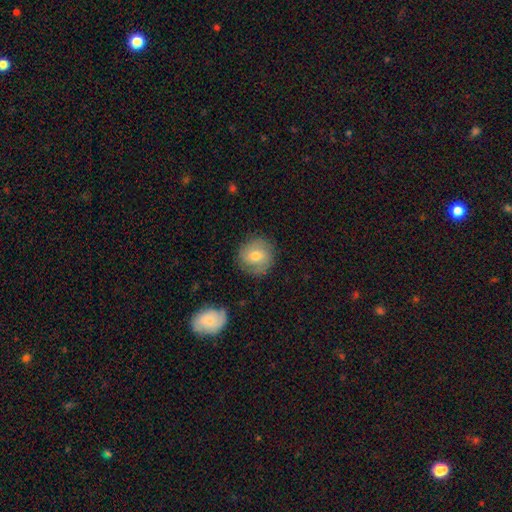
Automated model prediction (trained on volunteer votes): Morphology: type=smooth (62%); roundness=round (89%); merging=none (81%).